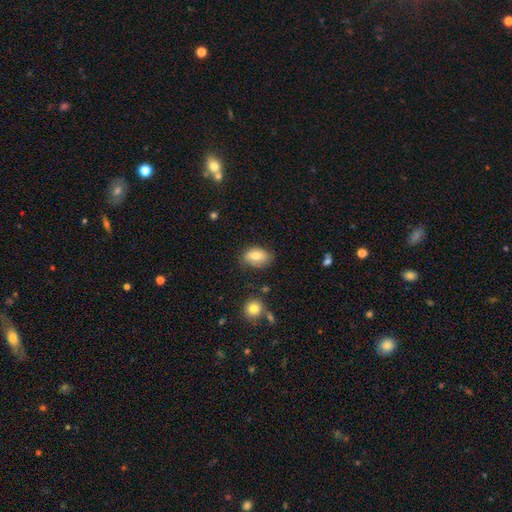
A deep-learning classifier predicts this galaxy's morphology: Overall: smooth (78%). How rounded: in between (86%). Merging: none (71%).